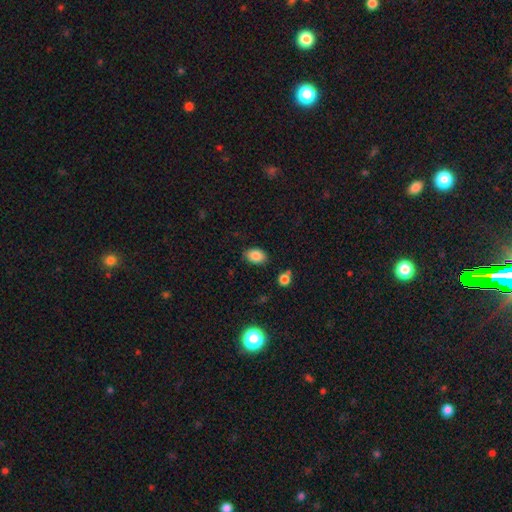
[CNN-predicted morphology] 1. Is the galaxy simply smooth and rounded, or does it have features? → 84% smooth, 9% star or artifact, 7% featured or disk.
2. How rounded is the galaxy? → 84% in between, 15% round, 1% cigar-shaped.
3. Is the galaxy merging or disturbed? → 83% none, 12% minor disturbance, 3% major disturbance, 3% merger.